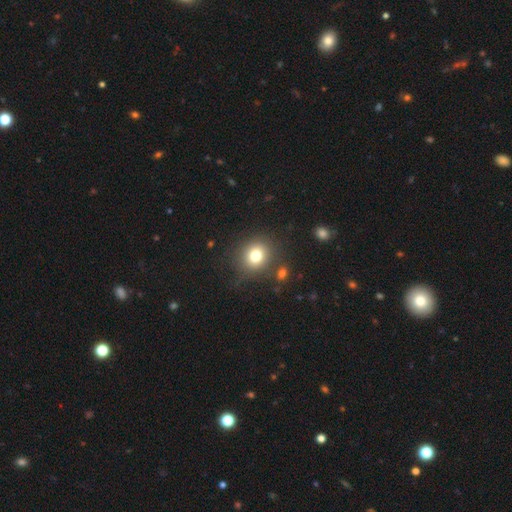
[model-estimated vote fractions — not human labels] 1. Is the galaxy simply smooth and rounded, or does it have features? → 78% smooth, 13% star or artifact, 9% featured or disk.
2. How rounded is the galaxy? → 79% round, 20% in between, 1% cigar-shaped.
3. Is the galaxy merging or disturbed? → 83% none, 10% minor disturbance, 4% major disturbance, 4% merger.